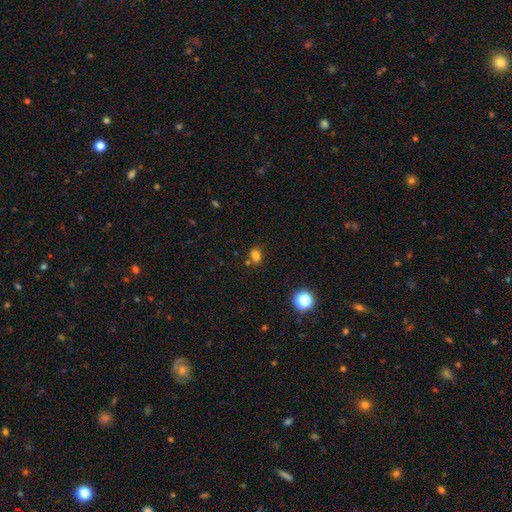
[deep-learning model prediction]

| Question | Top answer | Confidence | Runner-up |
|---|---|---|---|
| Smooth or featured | smooth | 76% | star or artifact (18%) |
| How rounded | in between | 67% | round (31%) |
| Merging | none | 64% | merger (17%) |